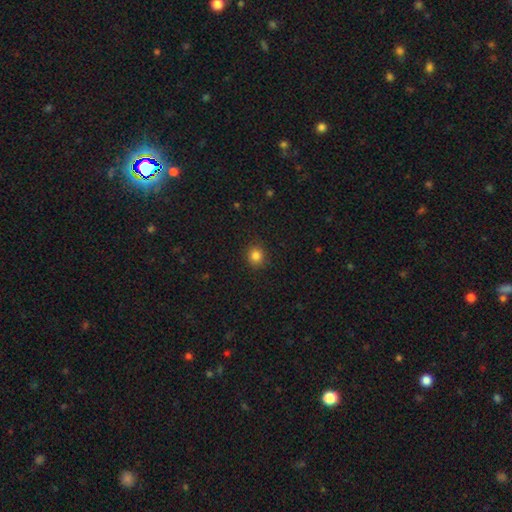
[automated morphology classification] Q: Smooth or featured?
A: smooth (84%); runner-up: star or artifact (12%)
Q: How rounded?
A: round (85%); runner-up: in between (14%)
Q: Merging?
A: none (88%); runner-up: minor disturbance (8%)